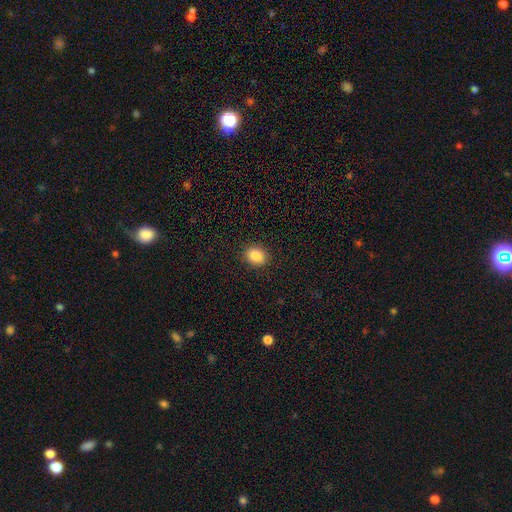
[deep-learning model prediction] Q: Smooth or featured?
A: smooth (86%); runner-up: star or artifact (9%)
Q: How rounded?
A: round (57%); runner-up: in between (42%)
Q: Merging?
A: none (91%); runner-up: minor disturbance (6%)